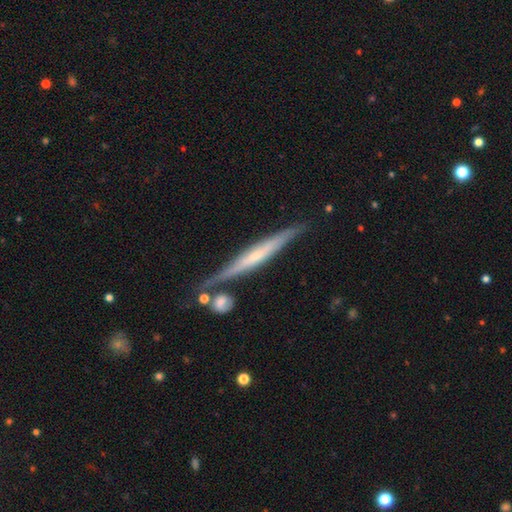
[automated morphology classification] This is likely a featured or disk galaxy (68%). It is clearly viewed edge-on (94%). Edge-on bulge: possibly none (48%). Merging: likely none (73%).